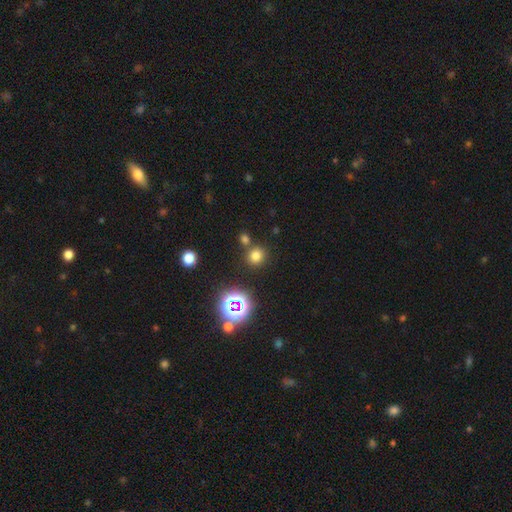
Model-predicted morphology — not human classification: smooth_or_featured: smooth (p=0.71) [alt: star or artifact p=0.22]
how_rounded: round (p=0.85) [alt: in between p=0.14]
merging: none (p=0.76) [alt: merger p=0.13]